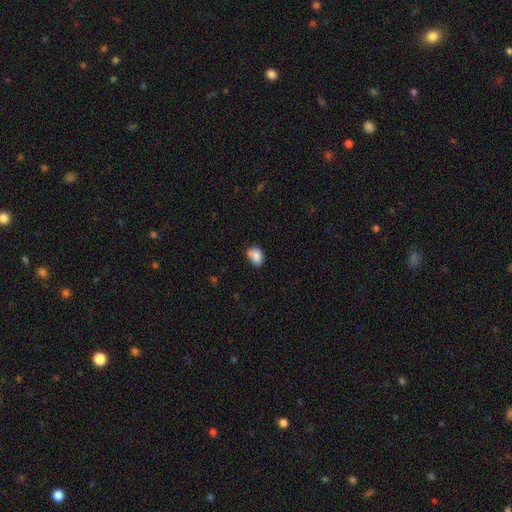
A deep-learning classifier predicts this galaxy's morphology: This is clearly a smooth galaxy (85%). How rounded: likely in between (73%). Merging: possibly none (58%).